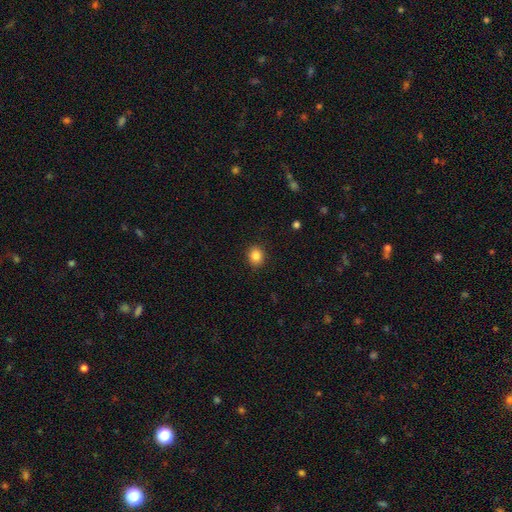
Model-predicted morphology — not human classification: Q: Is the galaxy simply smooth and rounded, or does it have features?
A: smooth — 86%.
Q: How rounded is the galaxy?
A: round — 71%.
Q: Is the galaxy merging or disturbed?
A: none — 90%.